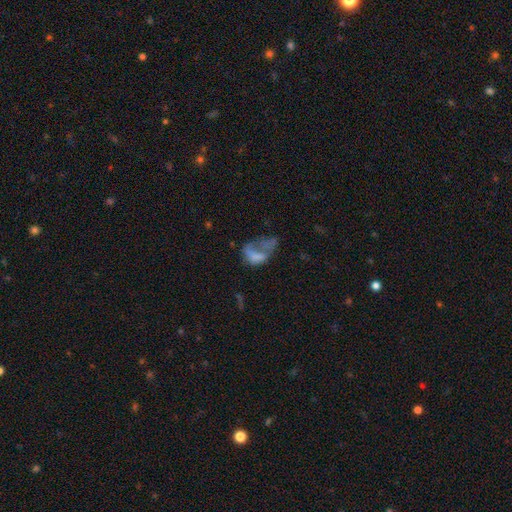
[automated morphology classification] smooth_or_featured: smooth (p=0.50) [alt: featured or disk p=0.36]
how_rounded: in between (p=0.83) [alt: round p=0.14]
merging: major disturbance (p=0.51) [alt: merger p=0.17]